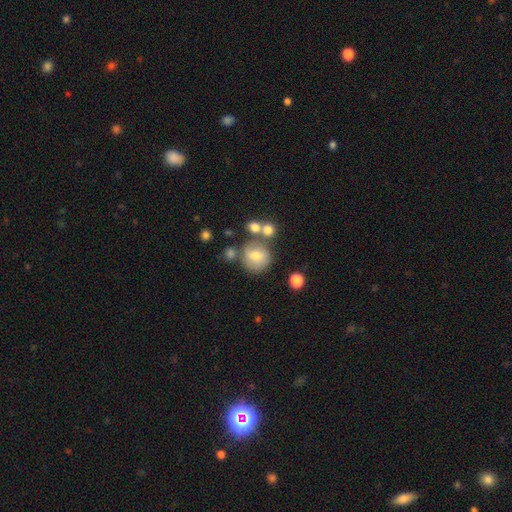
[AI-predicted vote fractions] Q: Smooth or featured?
A: smooth (64%); runner-up: featured or disk (25%)
Q: How rounded?
A: round (86%); runner-up: in between (13%)
Q: Merging?
A: none (59%); runner-up: merger (20%)